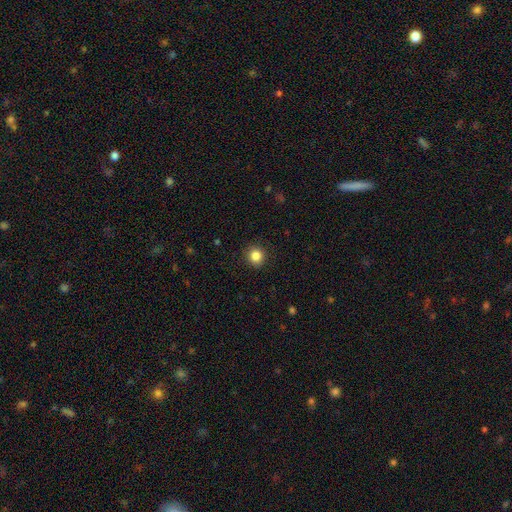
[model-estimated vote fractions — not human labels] Overall: smooth (85%). How rounded: round (90%). Merging: none (91%).